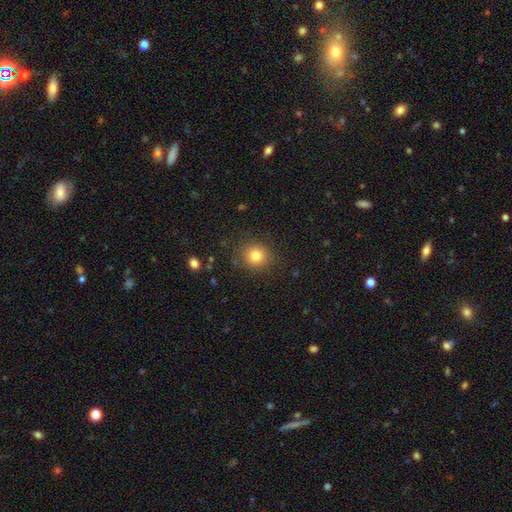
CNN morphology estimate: Smooth or featured: smooth — 81% (star or artifact — 12%)
How rounded: round — 88% (in between — 12%)
Merging: none — 88% (minor disturbance — 8%)